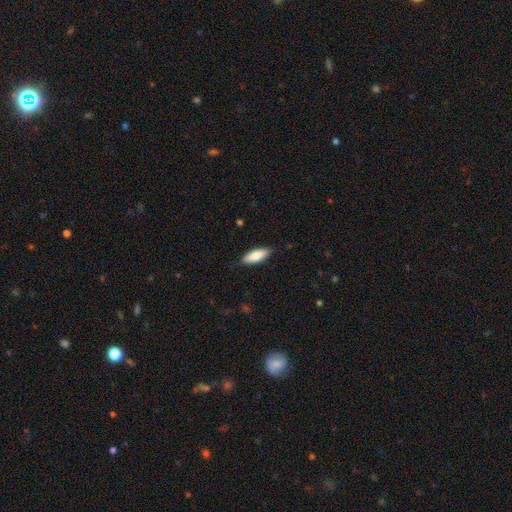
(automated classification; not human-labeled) Smooth or featured? smooth (79%)
How rounded? in between (70%)
Merging? none (85%)